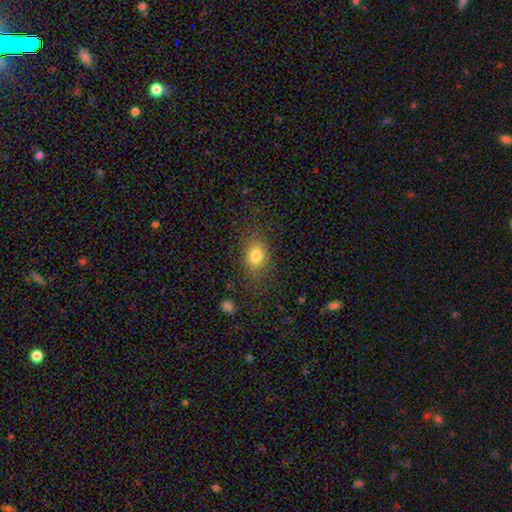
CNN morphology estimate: This appears to be a smooth galaxy with no disk features (78%) that is in between round and cigar-shaped (65%). Merging: none (75%).